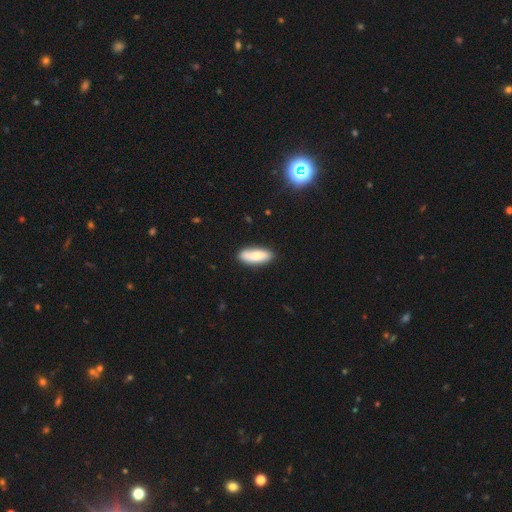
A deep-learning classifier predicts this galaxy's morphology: This is likely a smooth galaxy (77%). How rounded: likely in between (70%). Merging: clearly none (84%).